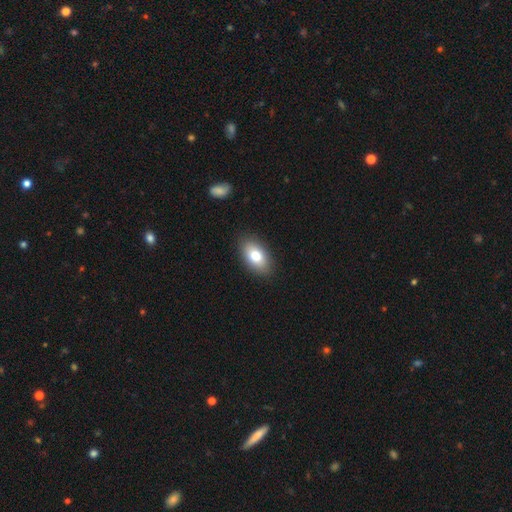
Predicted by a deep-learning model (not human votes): Smooth or featured? smooth (78%)
How rounded? in between (92%)
Merging? none (88%)